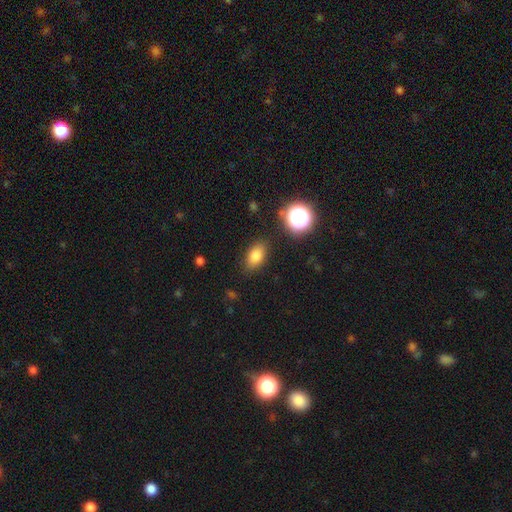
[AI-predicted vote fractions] The model was most divided on "smooth or featured": smooth: 80%, star or artifact: 11%, featured or disk: 9%. More confident: merging — none (84%); how rounded — in between (83%).